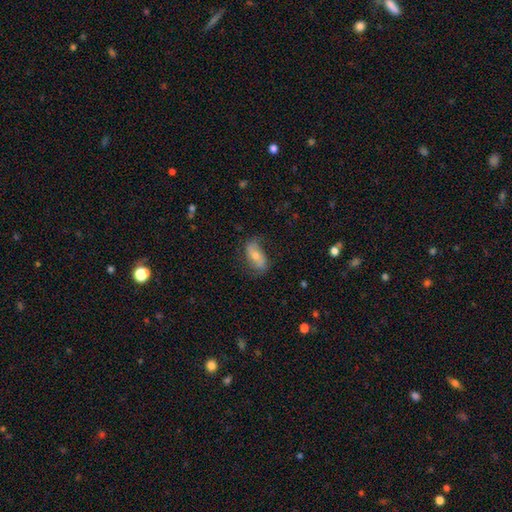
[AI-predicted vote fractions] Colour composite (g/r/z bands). It shows a featured or disk galaxy (48%). Merging: none (70%).